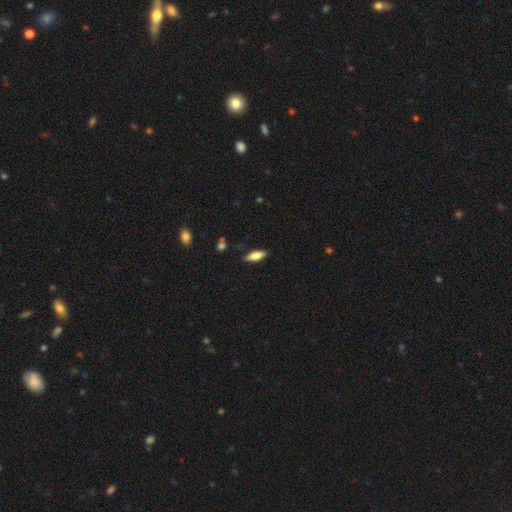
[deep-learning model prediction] smooth 80%, featured or disk 14%, star or artifact 7%. Down the decision tree: how rounded — in between (69%); merging — none (84%).